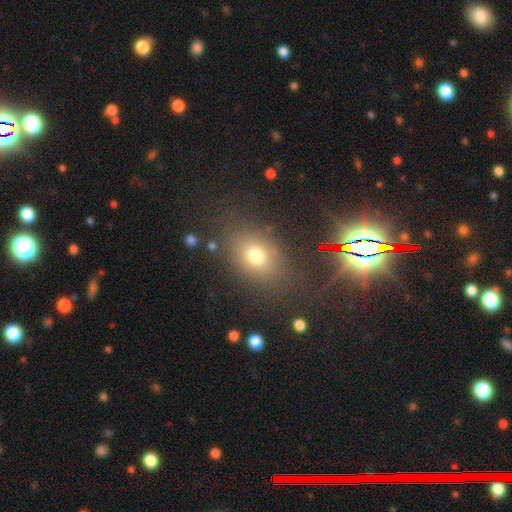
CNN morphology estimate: Smooth or featured? Predicted: smooth (p=0.71). How rounded? Predicted: in between (p=0.62). Merging? Predicted: none (p=0.76).